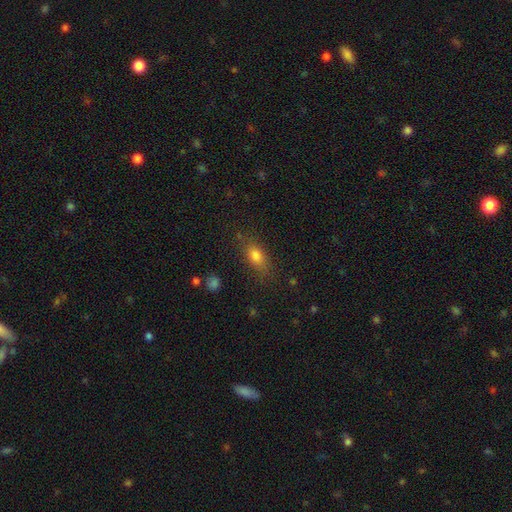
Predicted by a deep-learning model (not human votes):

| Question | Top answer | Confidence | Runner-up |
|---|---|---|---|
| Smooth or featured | smooth | 79% | star or artifact (11%) |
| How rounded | in between | 77% | round (12%) |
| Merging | none | 75% | minor disturbance (17%) |